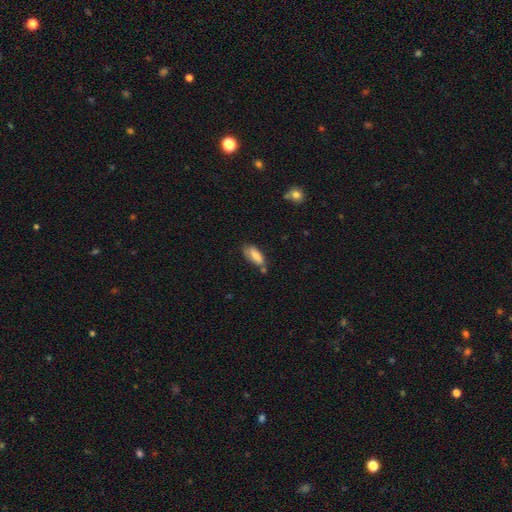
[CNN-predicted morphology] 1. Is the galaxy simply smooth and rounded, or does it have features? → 80% smooth, 12% featured or disk, 7% star or artifact.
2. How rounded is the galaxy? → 77% in between, 21% cigar-shaped, 2% round.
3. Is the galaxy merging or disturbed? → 52% none, 29% minor disturbance, 12% merger, 7% major disturbance.